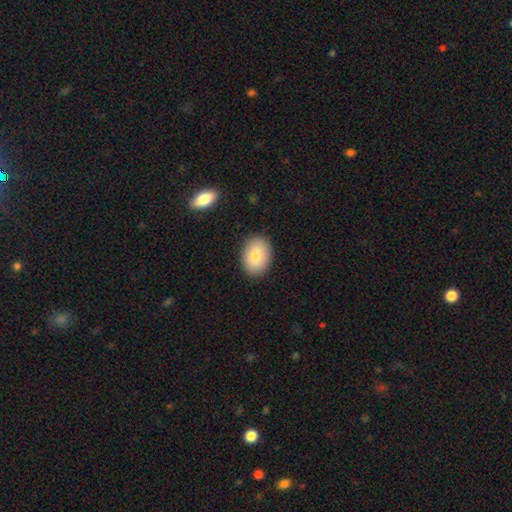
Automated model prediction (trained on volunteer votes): A smooth galaxy with no disk features (80%) that is in between round and cigar-shaped (76%). Merging: none (89%).